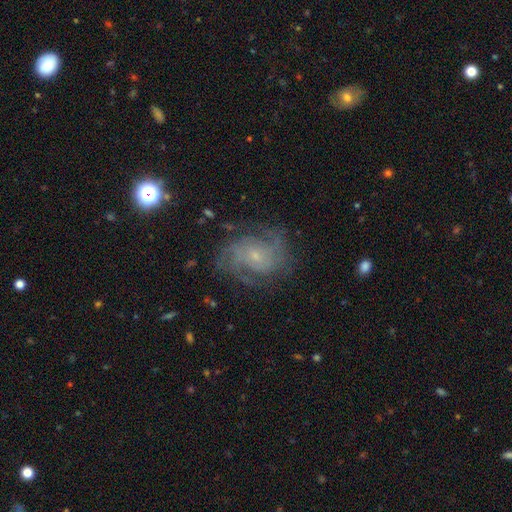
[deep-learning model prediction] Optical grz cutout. It shows a featured or disk galaxy (80%) with no bar (72%), tight (45%) spiral arms (94%) and a small central bulge (75%). Merging: none (71%).